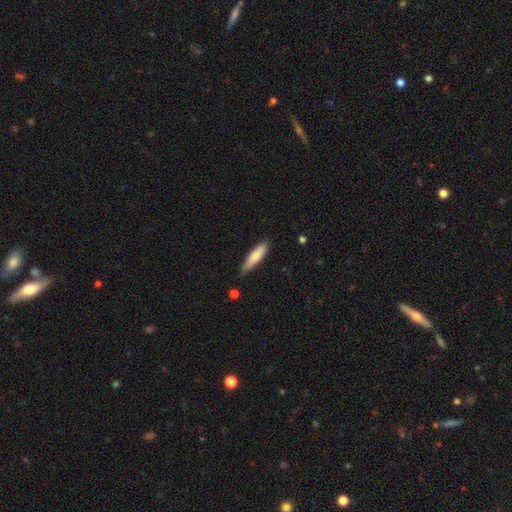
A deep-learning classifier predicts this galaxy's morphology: A smooth galaxy with no disk features (72%) that is cigar-shaped (73%).

Vote fractions:
- Smooth or featured? smooth: 72% / featured or disk: 22% / star or artifact: 6%
- How rounded? cigar-shaped: 73% / in between: 25% / round: 1%
- Merging? none: 74% / minor disturbance: 21% / major disturbance: 3% / merger: 2%